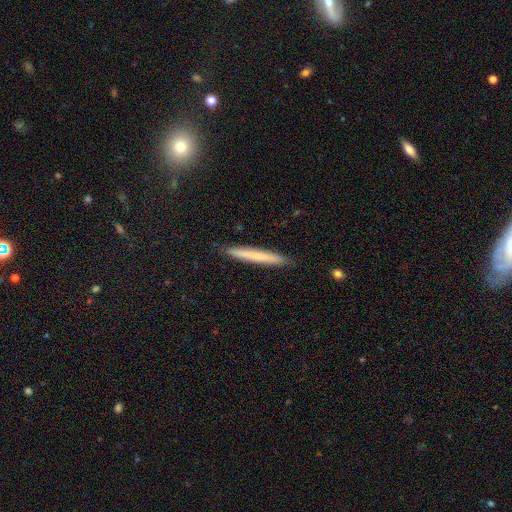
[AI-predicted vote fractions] Overall: smooth (67%). How rounded: cigar-shaped (97%). Merging: none (90%).